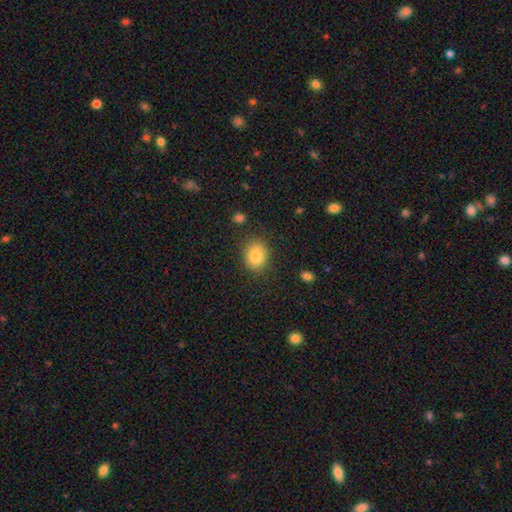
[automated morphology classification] smooth_or_featured: smooth (p=0.84) [alt: star or artifact p=0.10]
how_rounded: round (p=0.50) [alt: in between p=0.49]
merging: none (p=0.85) [alt: minor disturbance p=0.10]